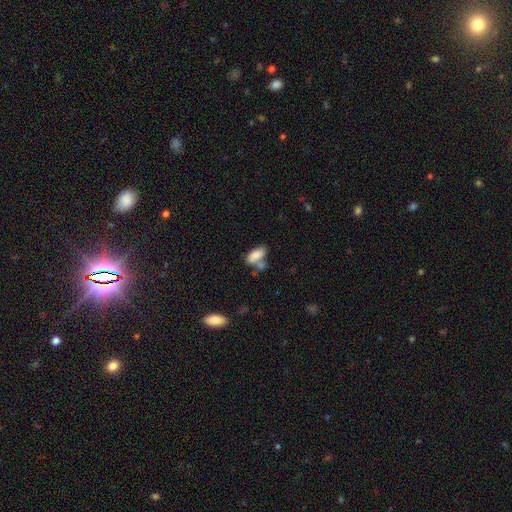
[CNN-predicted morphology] This is clearly a smooth galaxy (81%). How rounded: clearly in between (89%). Merging: marginally merger (38%).